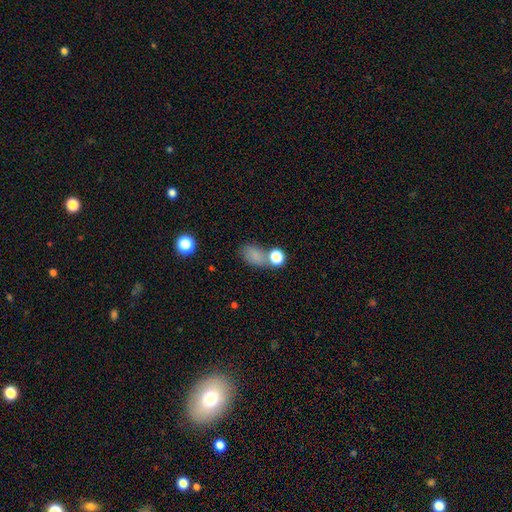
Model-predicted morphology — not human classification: Smooth or featured: smooth — 77% (star or artifact — 15%)
How rounded: in between — 80% (round — 18%)
Merging: none — 53% (merger — 22%)